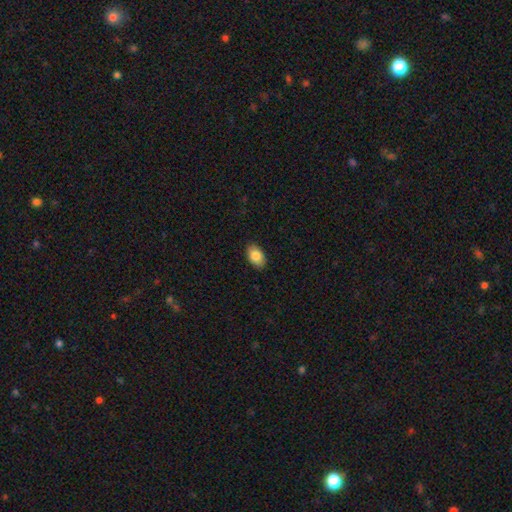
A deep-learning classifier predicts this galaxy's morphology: smooth-or-featured: smooth: 84% | featured or disk: 9% | star or artifact: 7%
  how-rounded: in between: 91% | round: 8% | cigar-shaped: 1%
  merging: none: 89% | minor disturbance: 8% | major disturbance: 2% | merger: 1%